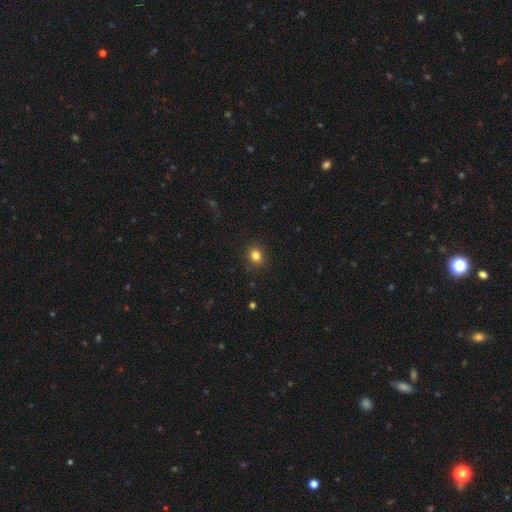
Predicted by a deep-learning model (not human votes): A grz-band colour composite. It shows a smooth galaxy with no disk features (83%) that is round (72%). Merging: none (90%).